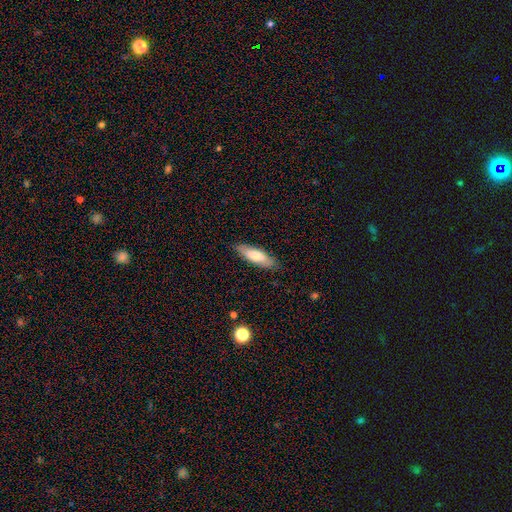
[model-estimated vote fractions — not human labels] Smooth or featured? smooth (71%)
How rounded? in between (51%)
Merging? none (86%)